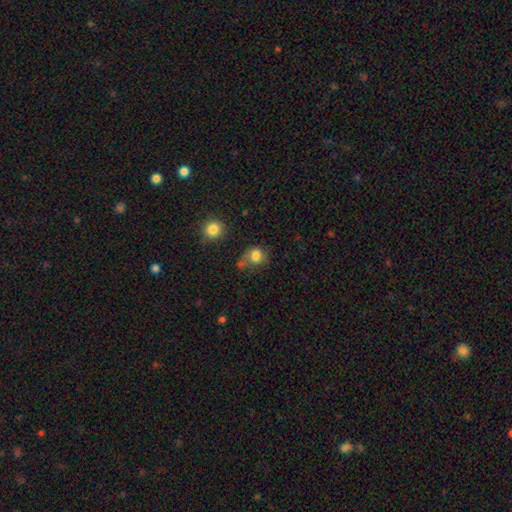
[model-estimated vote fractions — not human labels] smooth 80%, star or artifact 12%, featured or disk 8%. Down the decision tree: how rounded — round (68%); merging — none (52%).